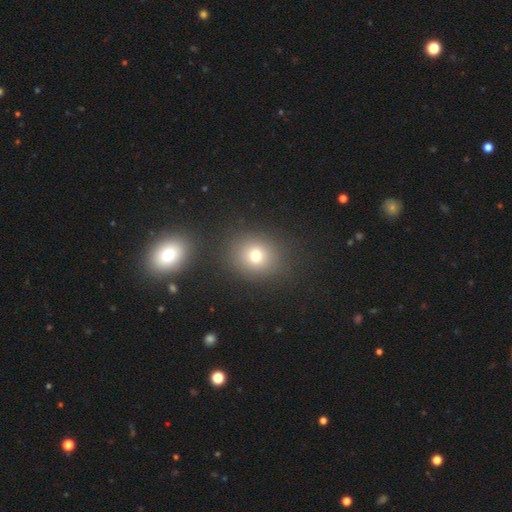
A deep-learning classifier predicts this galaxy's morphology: Q: Smooth or featured?
A: smooth (74%); runner-up: star or artifact (16%)
Q: How rounded?
A: round (75%); runner-up: in between (24%)
Q: Merging?
A: none (82%); runner-up: minor disturbance (9%)